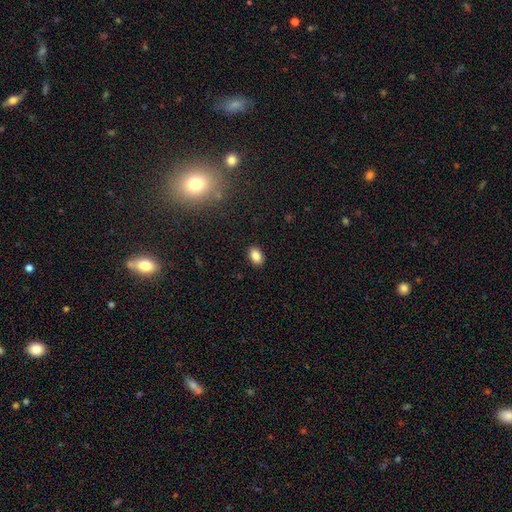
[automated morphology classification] Smooth or featured: smooth — 86% (star or artifact — 9%)
How rounded: in between — 85% (round — 14%)
Merging: none — 88% (minor disturbance — 8%)